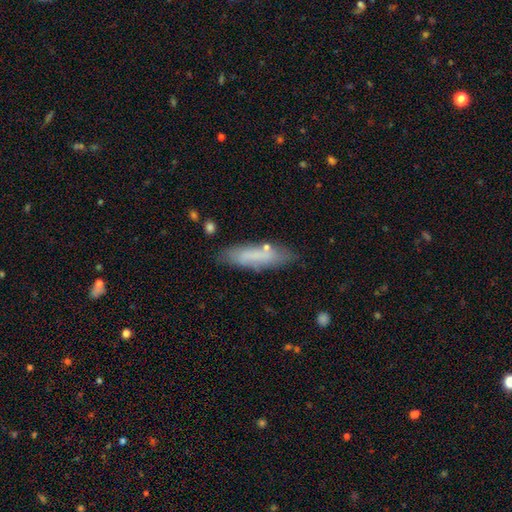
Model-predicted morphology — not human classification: type=smooth (66%); roundness=cigar-shaped (66%); merging=none (74%).